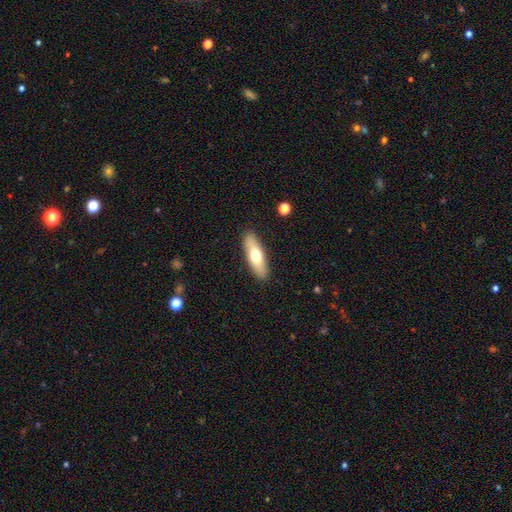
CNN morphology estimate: This appears to be a smooth galaxy with no disk features (64%) that is cigar-shaped (49%, tied with in between). Merging: none (89%).